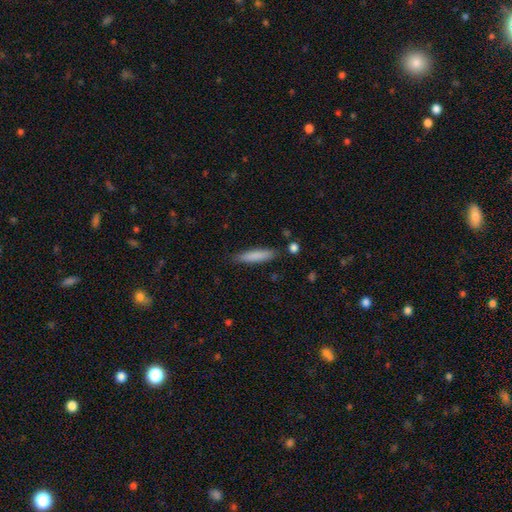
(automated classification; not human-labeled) Overall: smooth (81%). How rounded: cigar-shaped (87%). Merging: none (84%).